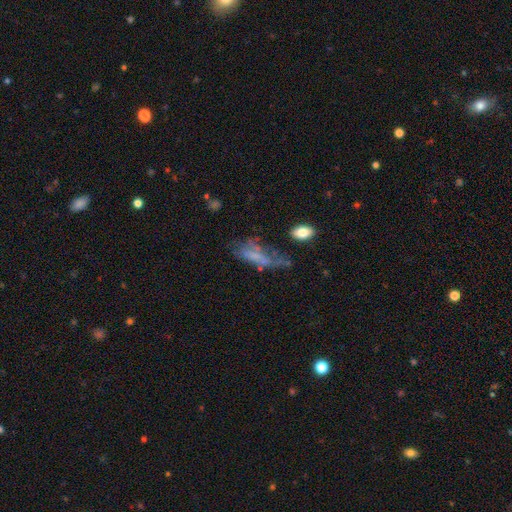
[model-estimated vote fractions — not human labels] Smooth or featured? Predicted: smooth (p=0.46). Merging? Predicted: major disturbance (p=0.38).